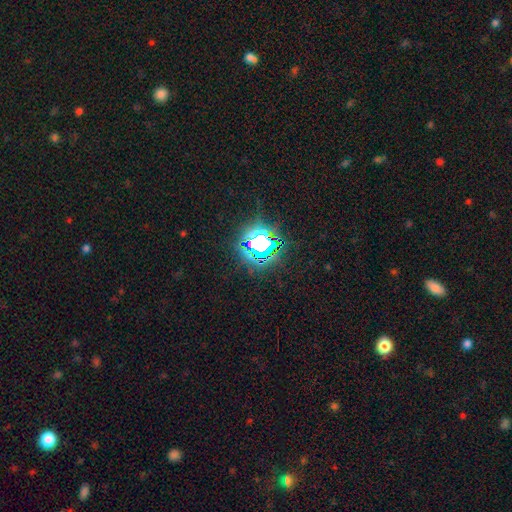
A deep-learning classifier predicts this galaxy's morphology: Overall: star or artifact (80%).